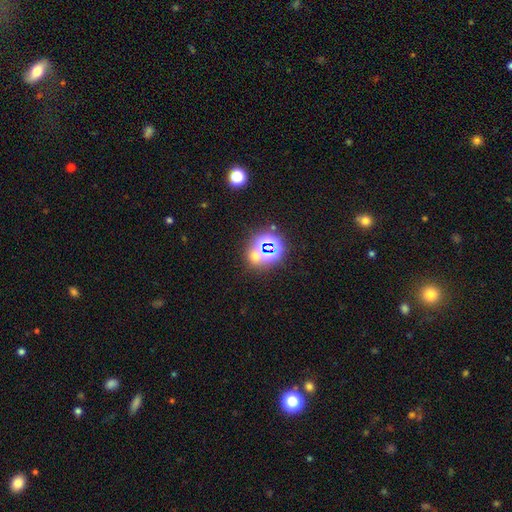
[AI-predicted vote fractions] smooth_or_featured: star or artifact (p=0.61) [alt: smooth p=0.29]